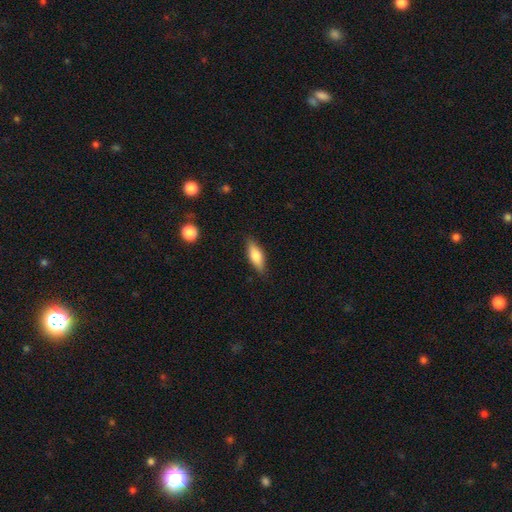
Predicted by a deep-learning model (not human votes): Overall: smooth (74%). How rounded: in between (65%; cigar-shaped 33%). Merging: none (85%).